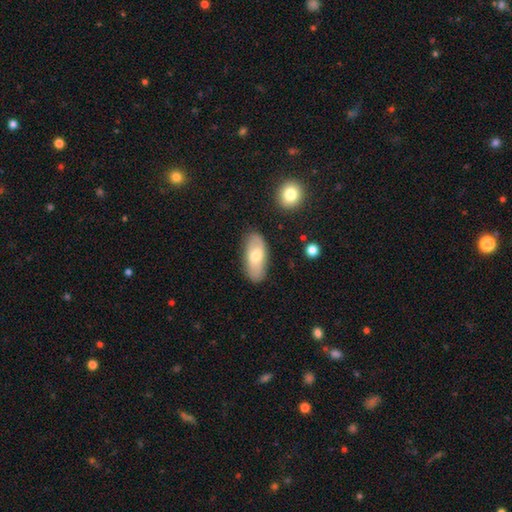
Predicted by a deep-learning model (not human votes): Overall: smooth (63%; featured or disk 31%). How rounded: in between (87%). Merging: none (81%).